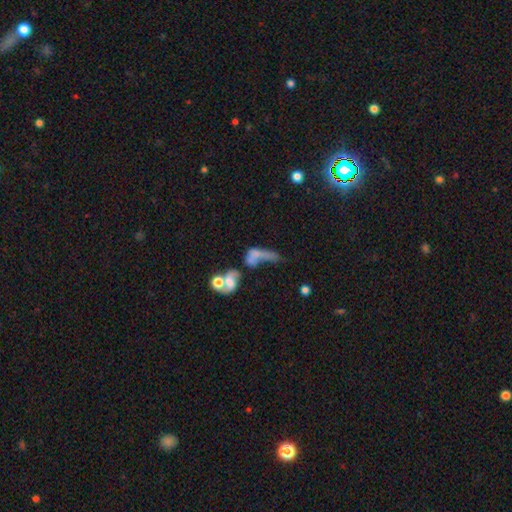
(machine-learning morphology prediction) Smooth or featured: smooth — 47% (featured or disk — 40%)
Merging: merger — 49% (major disturbance — 29%)